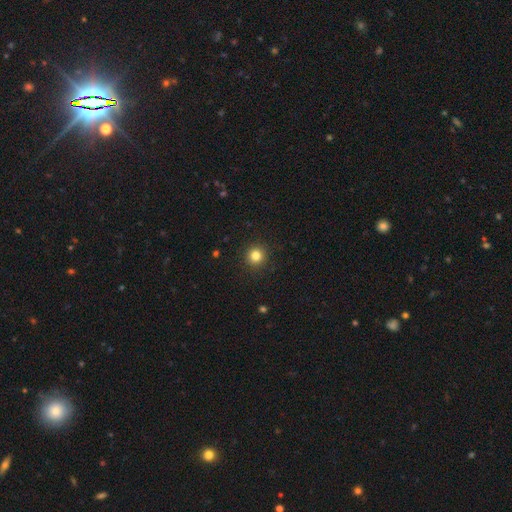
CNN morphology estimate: Smooth or featured?
  - smooth: 82% *
  - star or artifact: 12%
  - featured or disk: 5%
How rounded?
  - round: 94% *
  - in between: 5%
  - cigar-shaped: 1%
Merging?
  - none: 92% *
  - minor disturbance: 5%
  - major disturbance: 2%
  - merger: 1%